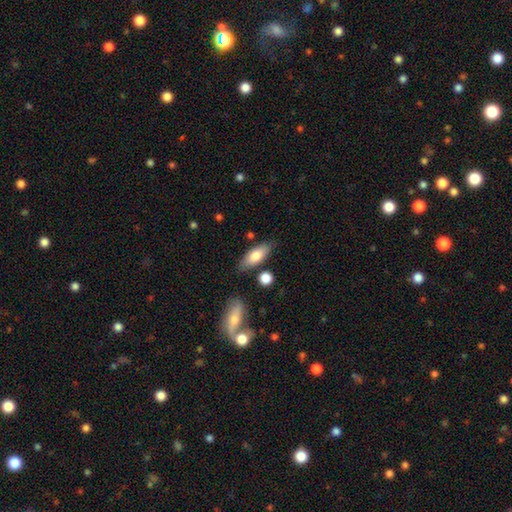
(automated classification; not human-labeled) Smooth or featured: smooth — 76% (featured or disk — 17%)
How rounded: in between — 72% (cigar-shaped — 25%)
Merging: none — 77% (minor disturbance — 14%)